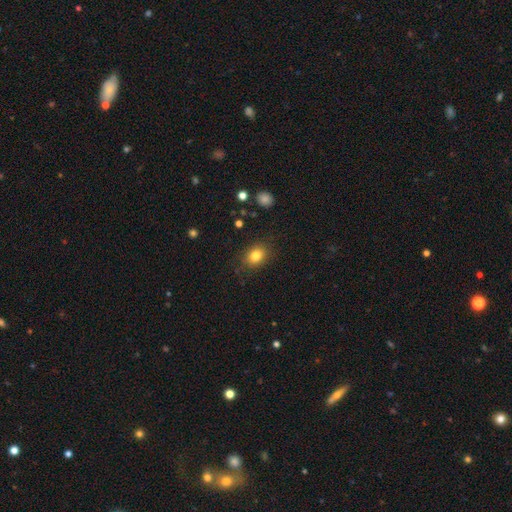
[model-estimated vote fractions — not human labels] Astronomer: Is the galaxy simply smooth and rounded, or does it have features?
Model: smooth — 82%.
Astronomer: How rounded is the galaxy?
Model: in between — 59% (runner-up: round, 40%).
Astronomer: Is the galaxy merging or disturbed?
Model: none — 84%.